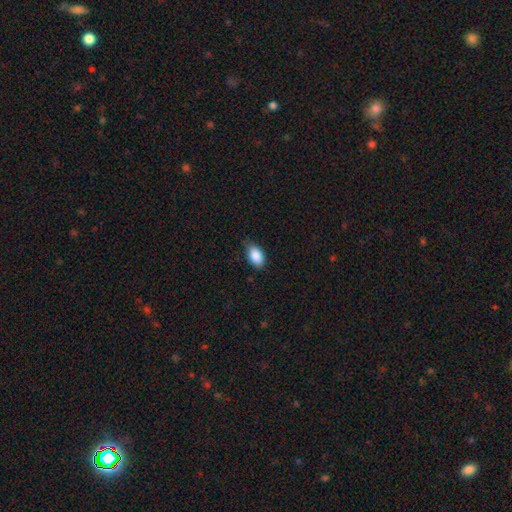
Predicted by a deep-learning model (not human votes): Smooth or featured? Predicted: smooth (p=0.88). How rounded? Predicted: in between (p=0.93). Merging? Predicted: none (p=0.71).